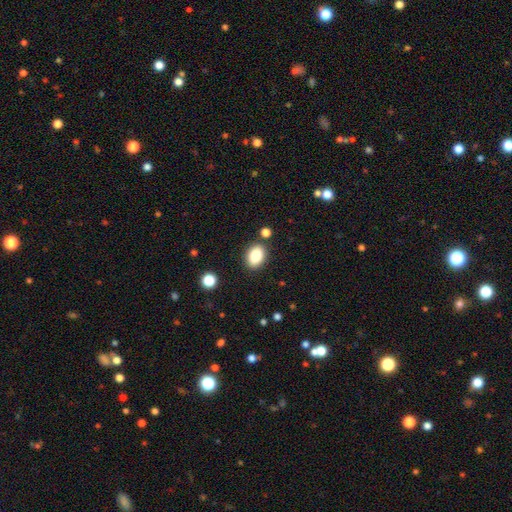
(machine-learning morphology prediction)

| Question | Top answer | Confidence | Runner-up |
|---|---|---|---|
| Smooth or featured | smooth | 83% | star or artifact (9%) |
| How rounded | in between | 74% | round (25%) |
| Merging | none | 84% | minor disturbance (9%) |